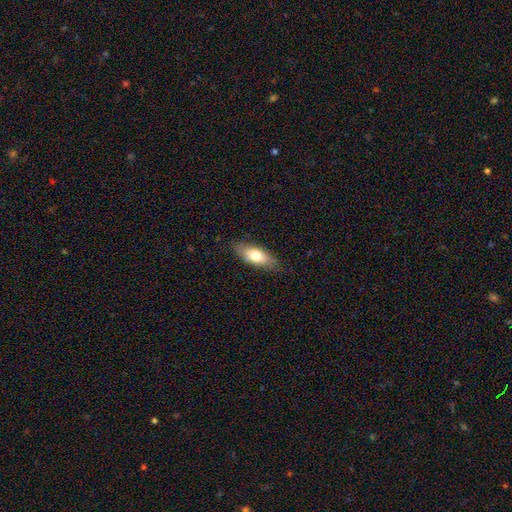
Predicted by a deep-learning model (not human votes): Overall: smooth (69%). How rounded: in between (73%). Merging: none (81%).